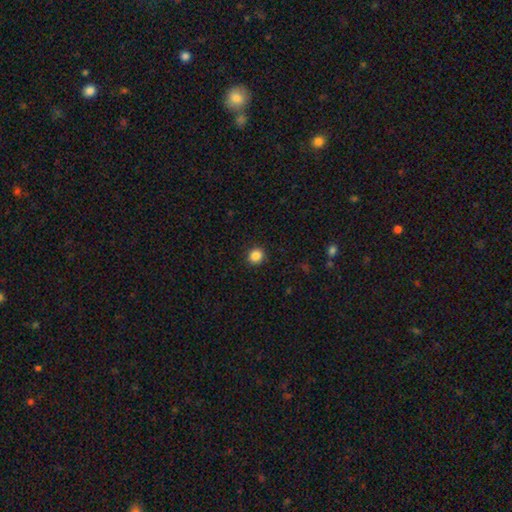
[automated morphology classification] smooth 87%, star or artifact 10%, featured or disk 3%. Down the decision tree: how rounded — round (88%); merging — none (92%).